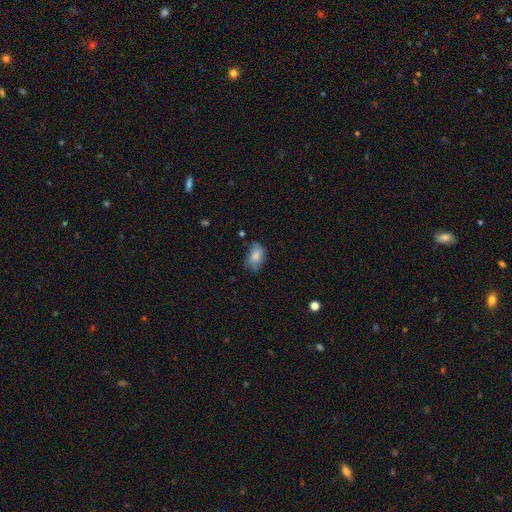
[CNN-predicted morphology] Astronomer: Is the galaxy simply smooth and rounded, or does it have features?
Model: smooth — 78%.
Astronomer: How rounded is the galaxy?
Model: in between — 86%.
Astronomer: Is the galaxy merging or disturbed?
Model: none — 55% (runner-up: minor disturbance, 31%).